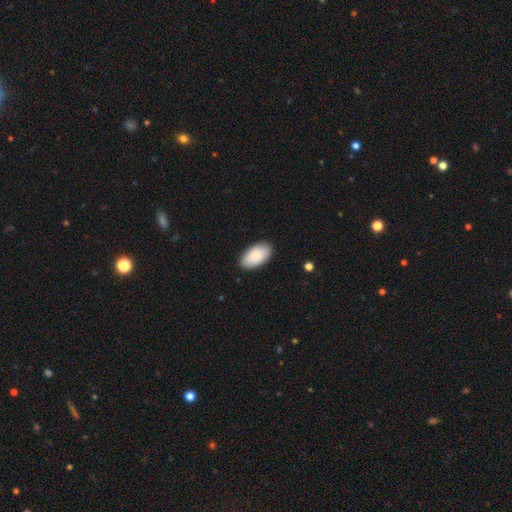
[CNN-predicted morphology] Smooth or featured? Predicted: smooth (p=0.88). How rounded? Predicted: in between (p=0.96). Merging? Predicted: none (p=0.88).